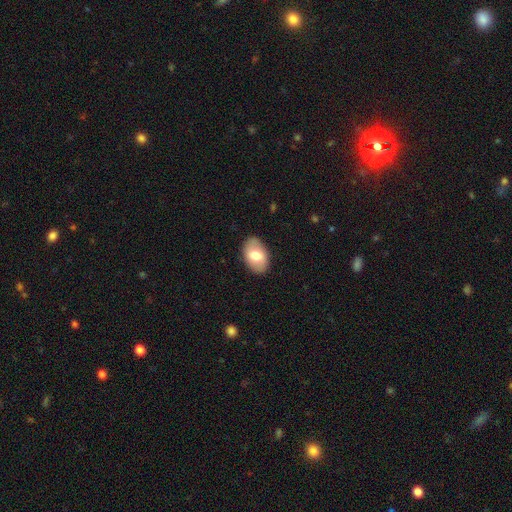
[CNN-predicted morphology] type=smooth (70%); roundness=in between (90%); merging=none (86%).